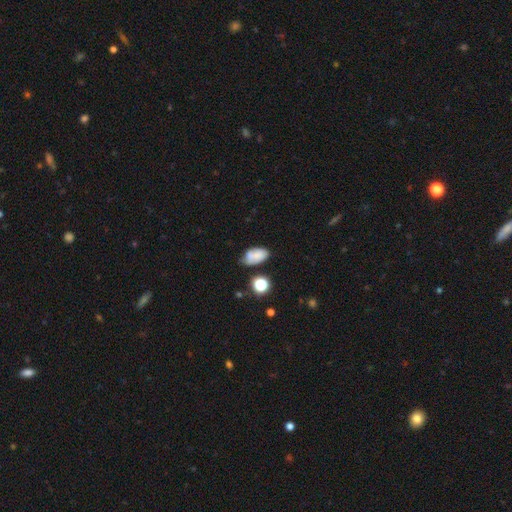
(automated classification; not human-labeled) Smooth or featured: smooth — 67% (featured or disk — 21%)
How rounded: in between — 89% (round — 9%)
Merging: none — 49% (minor disturbance — 30%)